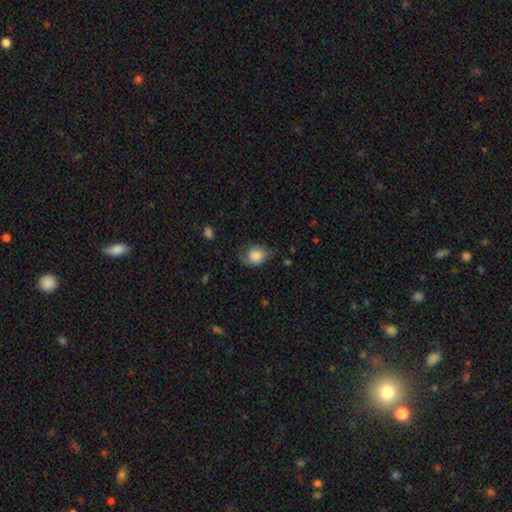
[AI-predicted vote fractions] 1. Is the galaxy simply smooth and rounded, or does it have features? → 74% smooth, 19% featured or disk, 7% star or artifact.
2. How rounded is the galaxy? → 50% in between, 49% round, 1% cigar-shaped.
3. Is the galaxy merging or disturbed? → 43% none, 34% minor disturbance, 21% major disturbance, 2% merger.